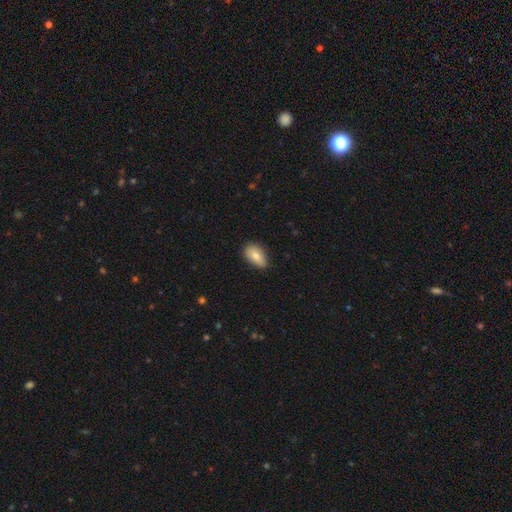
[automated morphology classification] A smooth galaxy with no disk features (77%) that is in between round and cigar-shaped (91%).

Vote fractions:
- Smooth or featured? smooth: 77% / featured or disk: 16% / star or artifact: 7%
- How rounded? in between: 91% / round: 6% / cigar-shaped: 3%
- Merging? none: 78% / minor disturbance: 18% / major disturbance: 3% / merger: 1%